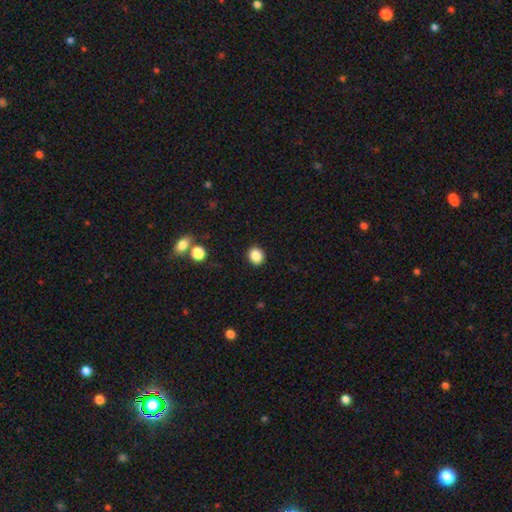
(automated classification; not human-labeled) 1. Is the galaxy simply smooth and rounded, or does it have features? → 86% smooth, 10% star or artifact, 4% featured or disk.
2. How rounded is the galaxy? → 77% round, 22% in between, 1% cigar-shaped.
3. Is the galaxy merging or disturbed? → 91% none, 5% minor disturbance, 2% major disturbance, 1% merger.